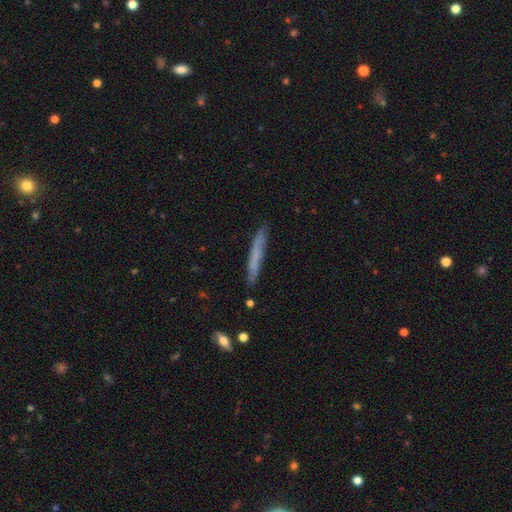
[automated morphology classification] A smooth galaxy with no disk features (60%) that is cigar-shaped (96%).

Vote fractions:
- Smooth or featured? smooth: 60% / featured or disk: 32% / star or artifact: 8%
- How rounded? cigar-shaped: 96% / in between: 3% / round: 1%
- Merging? none: 84% / minor disturbance: 12% / major disturbance: 2% / merger: 2%